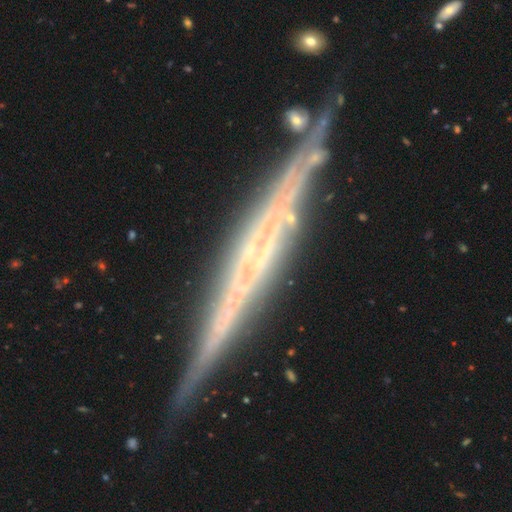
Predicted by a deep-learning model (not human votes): Smooth or featured? Predicted: featured or disk (p=0.79). Edge-on disk? Predicted: yes (p=0.95). Edge-on bulge? Predicted: none (p=0.62). Merging? Predicted: none (p=0.83).